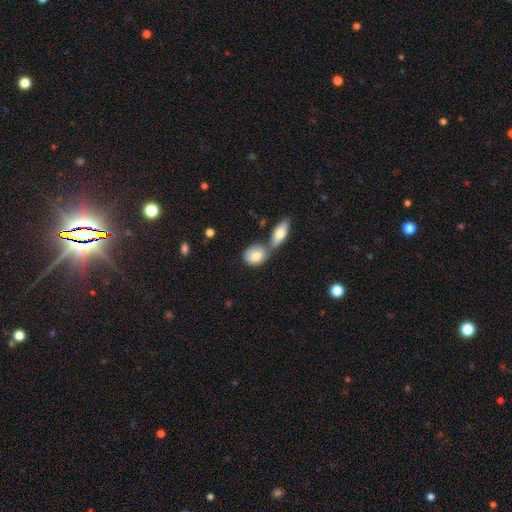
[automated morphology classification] smooth 78%, featured or disk 15%, star or artifact 6%. Down the decision tree: how rounded — in between (63%); merging — merger (46%).